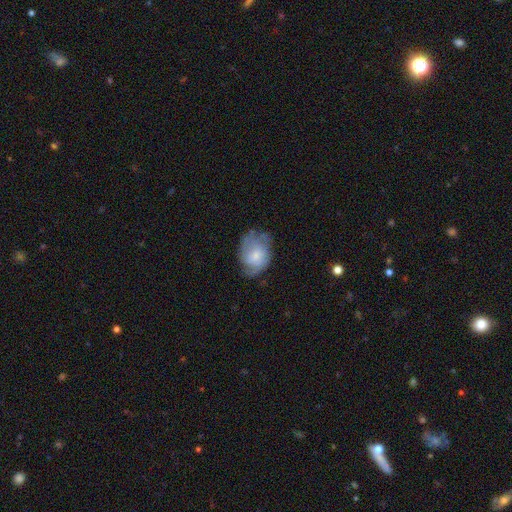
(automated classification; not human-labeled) A smooth galaxy with no disk features (52%) that is in between round and cigar-shaped (67%). Merging: none (50%).